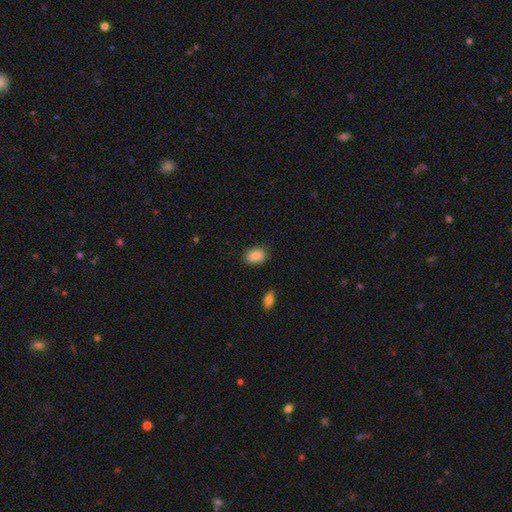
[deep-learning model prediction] A smooth galaxy with no disk features (88%) that is in between round and cigar-shaped (81%). Merging: none (84%).